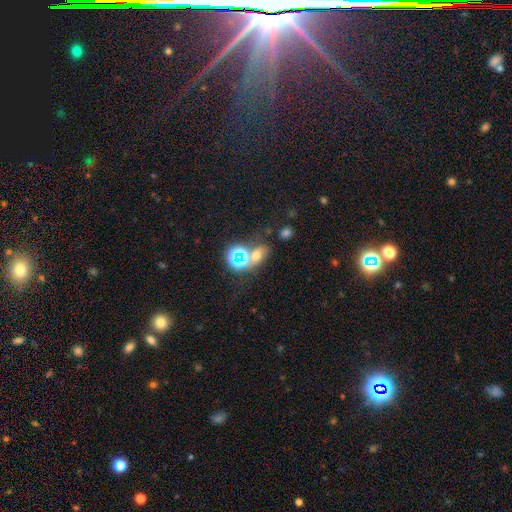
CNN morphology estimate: smooth-or-featured: smooth: 48% | star or artifact: 38% | featured or disk: 14%
  merging: none: 52% | merger: 28% | minor disturbance: 12% | major disturbance: 8%